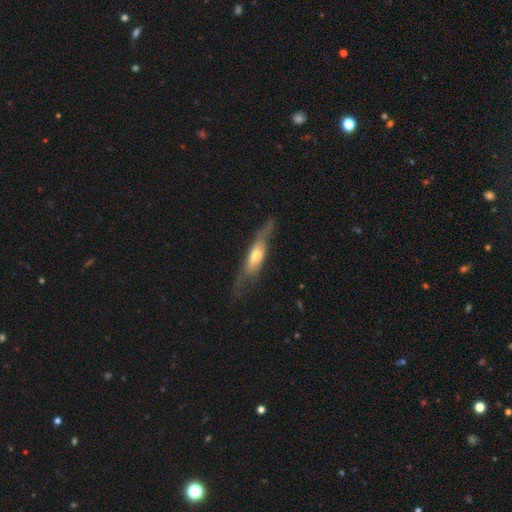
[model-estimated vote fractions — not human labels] Smooth or featured? featured or disk (57%)
Edge-on disk? yes (69%)
Merging? none (55%)